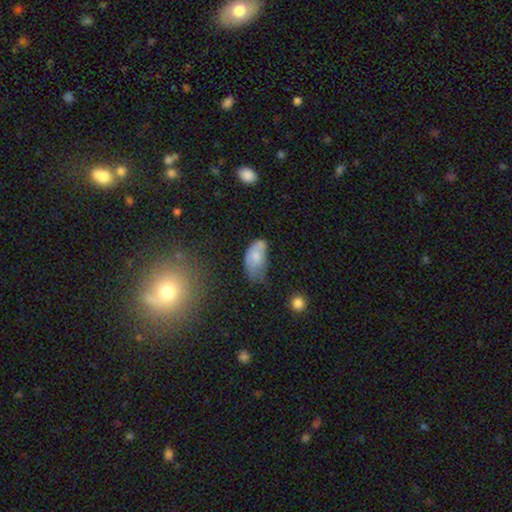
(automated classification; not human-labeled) Smooth or featured: smooth — 70% (featured or disk — 21%)
How rounded: in between — 93% (round — 4%)
Merging: minor disturbance — 43% (none — 26%)